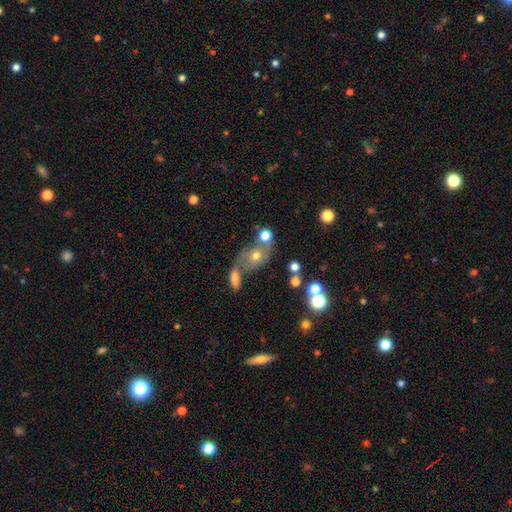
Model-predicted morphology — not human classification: Smooth or featured?
  - featured or disk: 43% *
  - smooth: 36%
  - star or artifact: 22%
Merging?
  - merger: 42% *
  - none: 36%
  - minor disturbance: 11%
  - major disturbance: 10%